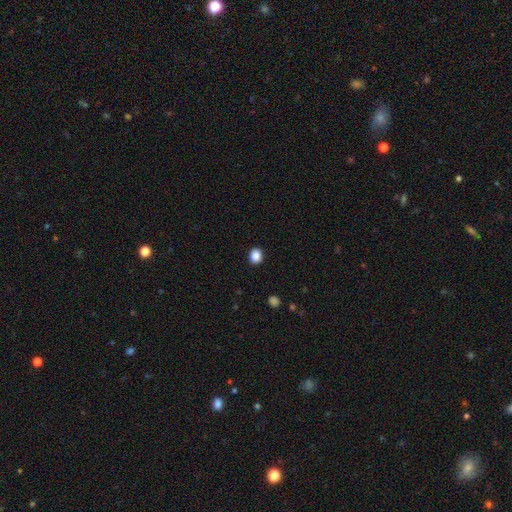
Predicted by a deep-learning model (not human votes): smooth_or_featured: smooth (p=0.88) [alt: star or artifact p=0.10]
how_rounded: round (p=0.57) [alt: in between p=0.42]
merging: none (p=0.91) [alt: minor disturbance p=0.06]